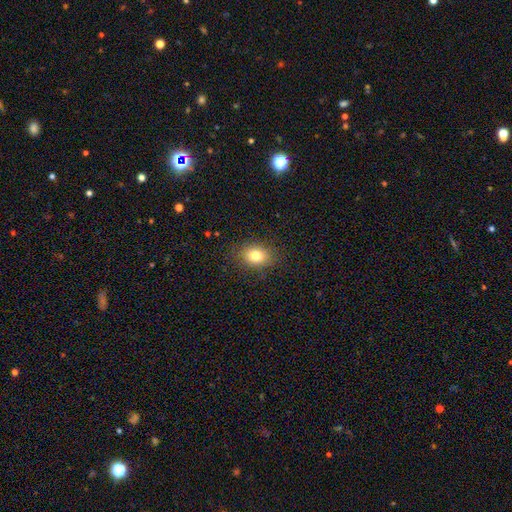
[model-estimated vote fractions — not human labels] Overall: smooth (79%). How rounded: in between (57%; round 42%). Merging: none (85%).